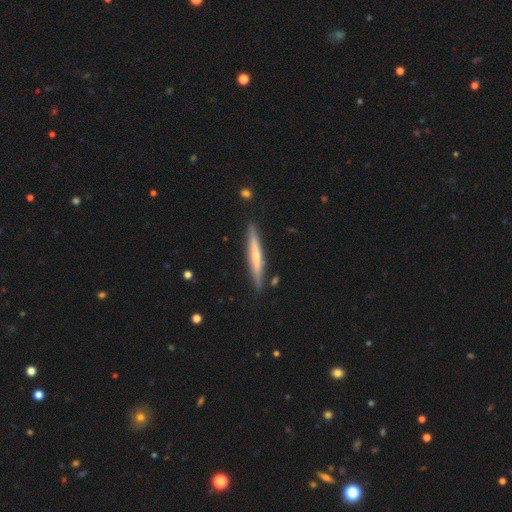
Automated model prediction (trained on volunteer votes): Overall: featured or disk (49%; smooth 45%). Merging: none (88%).